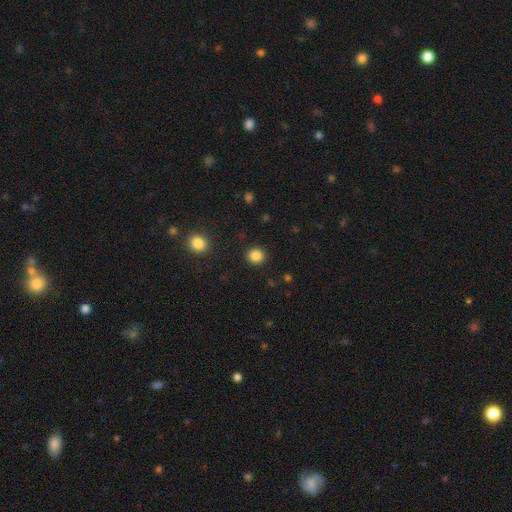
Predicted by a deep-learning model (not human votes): A smooth galaxy with no disk features (86%) that is round (86%). Merging: none (91%).